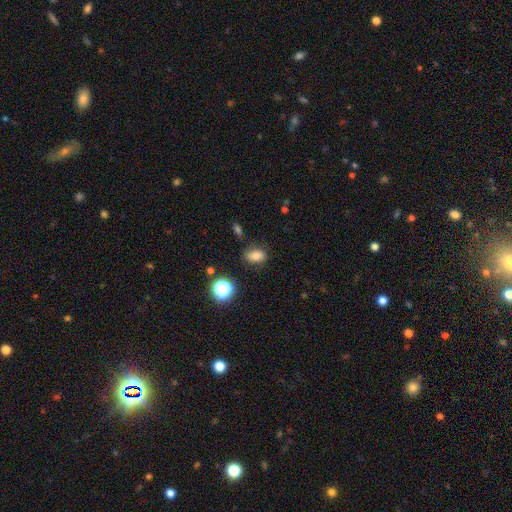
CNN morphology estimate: A smooth galaxy with no disk features (77%) that is in between round and cigar-shaped (78%). Merging: none (79%).